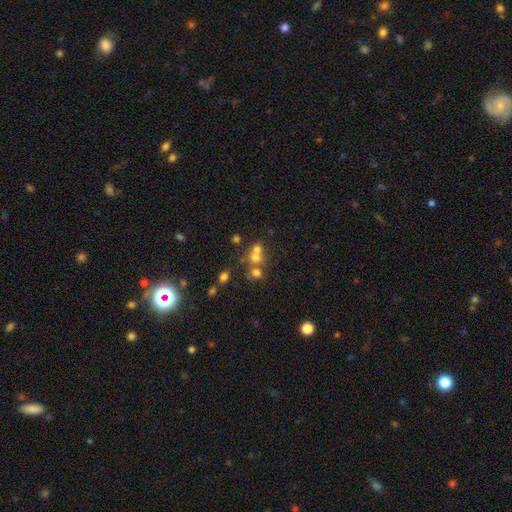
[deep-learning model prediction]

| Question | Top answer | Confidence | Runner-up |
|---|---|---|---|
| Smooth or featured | smooth | 54% | star or artifact (27%) |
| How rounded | round | 76% | in between (23%) |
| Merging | merger | 52% | none (36%) |